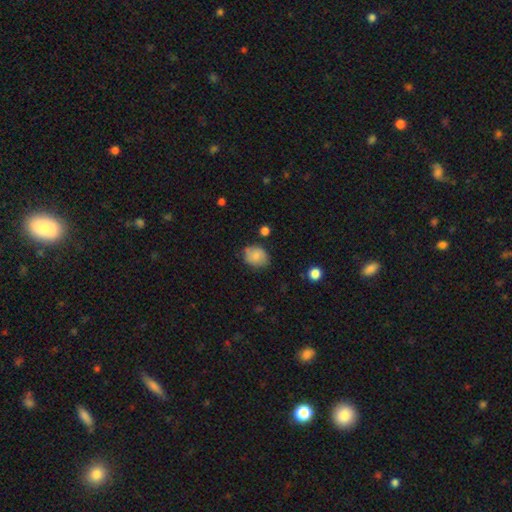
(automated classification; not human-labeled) A smooth galaxy with no disk features (80%) that is round (53%). Merging: none (71%).